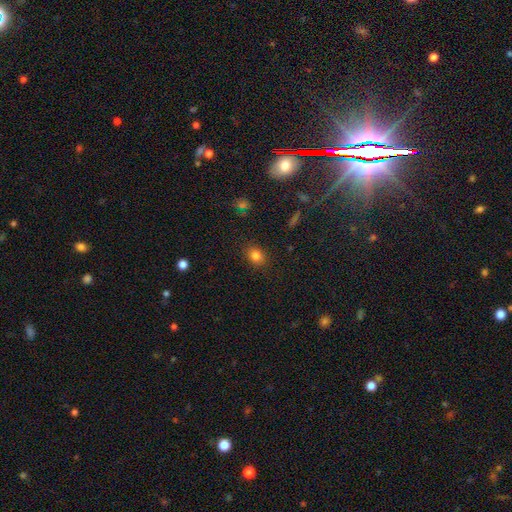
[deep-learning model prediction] smooth 82%, star or artifact 12%, featured or disk 6%. Down the decision tree: how rounded — in between (50%); merging — none (87%).